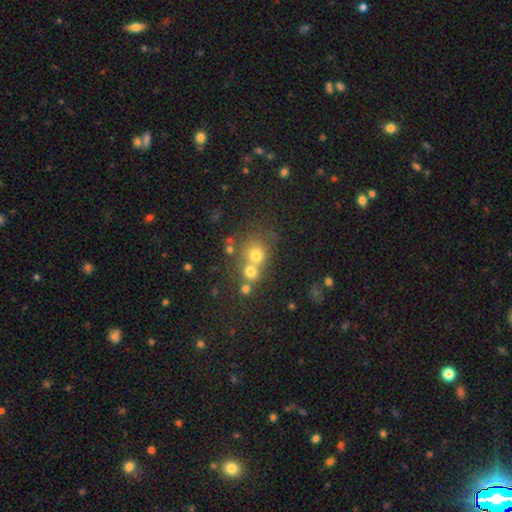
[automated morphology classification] The model was most divided on "merging": merger: 48%, none: 41%, minor disturbance: 7%, major disturbance: 4%. More confident: how rounded — round (83%); smooth or featured — smooth (66%).